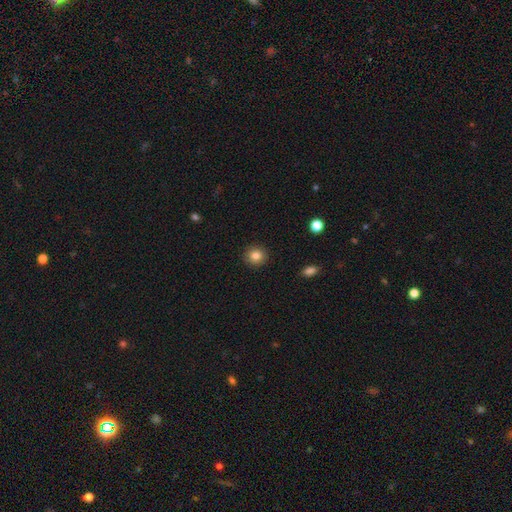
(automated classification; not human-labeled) A smooth galaxy with no disk features (83%) that is round (91%).

Vote fractions:
- Smooth or featured? smooth: 83% / star or artifact: 10% / featured or disk: 7%
- How rounded? round: 91% / in between: 8% / cigar-shaped: 1%
- Merging? none: 92% / minor disturbance: 5% / major disturbance: 2% / merger: 1%